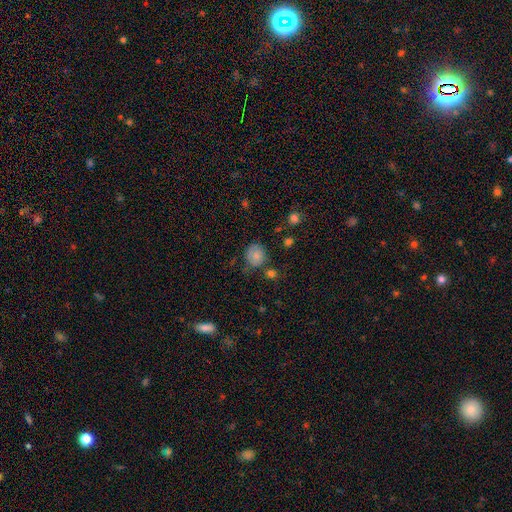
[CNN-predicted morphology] Smooth or featured? smooth (81%)
How rounded? round (76%)
Merging? none (68%)